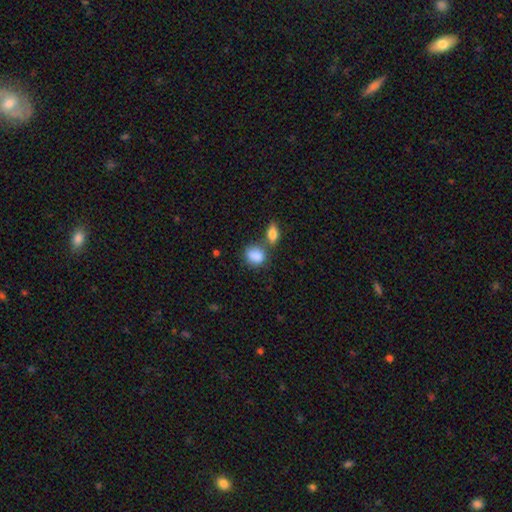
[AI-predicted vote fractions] A smooth galaxy with no disk features (86%) that is in between round and cigar-shaped (59%).

Vote fractions:
- Smooth or featured? smooth: 86% / star or artifact: 8% / featured or disk: 6%
- How rounded? in between: 59% / round: 39% / cigar-shaped: 2%
- Merging? none: 49% / merger: 29% / minor disturbance: 16% / major disturbance: 6%